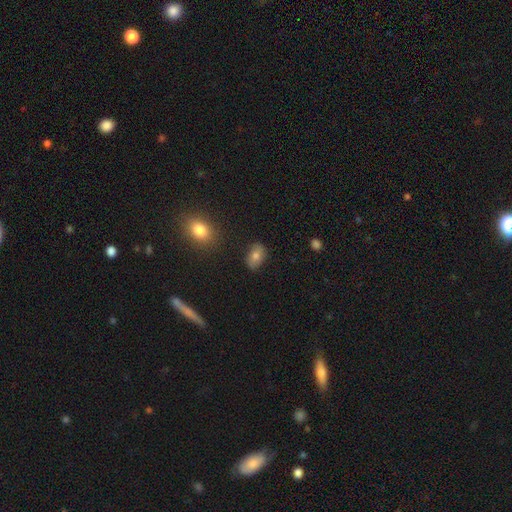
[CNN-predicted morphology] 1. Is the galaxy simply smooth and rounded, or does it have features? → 75% smooth, 15% featured or disk, 10% star or artifact.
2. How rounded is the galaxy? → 84% in between, 14% round, 2% cigar-shaped.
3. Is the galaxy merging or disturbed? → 82% none, 13% minor disturbance, 3% major disturbance, 2% merger.